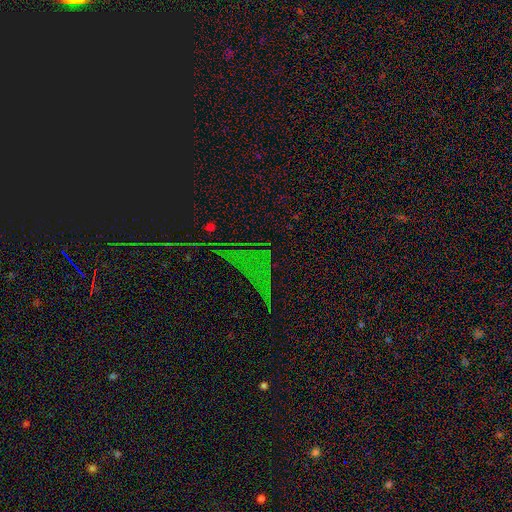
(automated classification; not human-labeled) This is likely a star or artifact rather than a galaxy (78%).